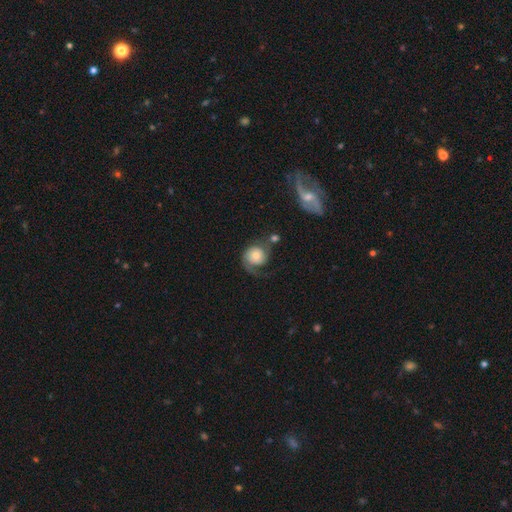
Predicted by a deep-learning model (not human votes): A featured or disk galaxy (60%) with no bar (78%), 2 (53%) loose (37%) spiral arms (89%) and a moderate central bulge (43%).

Vote fractions:
- Smooth or featured? featured or disk: 60% / smooth: 33% / star or artifact: 7%
- Edge-on disk? no: 97% / yes: 3%
- Bar? no: 78% / weak: 18% / strong: 4%
- Spiral arms? yes: 89% / no: 11%
- Spiral winding? loose: 37% / medium: 36% / tight: 28%
- Spiral arm count? 2: 53% / 1: 35% / can't tell: 7% / 3: 2% / 4: 1% / more than 4: 1%
- Bulge size? moderate: 43% / small: 41% / large: 9% / none: 3% / dominant: 3%
- Merging? none: 44% / major disturbance: 24% / minor disturbance: 21% / merger: 11%